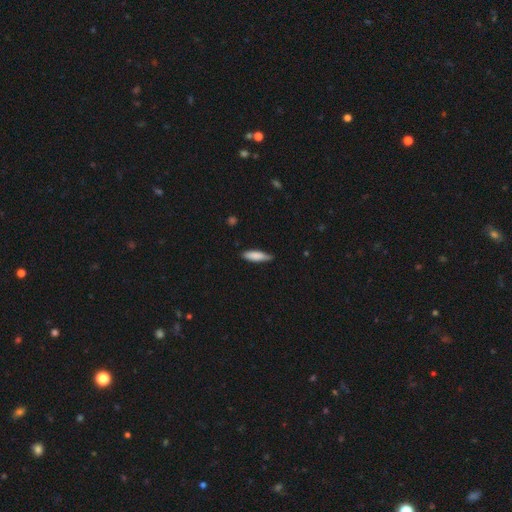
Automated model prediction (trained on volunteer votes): Q: Smooth or featured?
A: smooth (83%); runner-up: featured or disk (12%)
Q: How rounded?
A: cigar-shaped (62%); runner-up: in between (37%)
Q: Merging?
A: none (72%); runner-up: minor disturbance (24%)